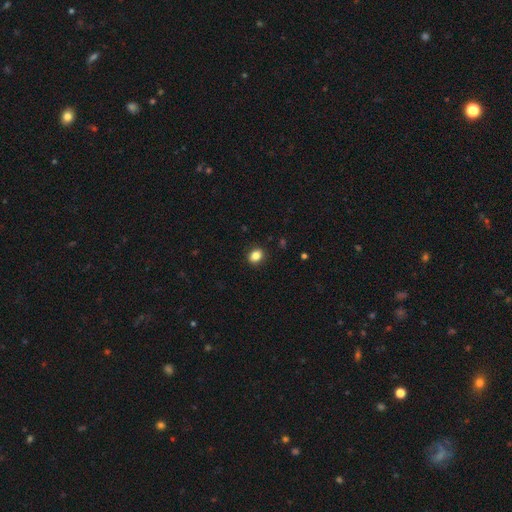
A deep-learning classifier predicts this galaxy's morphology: smooth_or_featured: smooth (p=0.85) [alt: star or artifact p=0.10]
how_rounded: in between (p=0.50) [alt: round p=0.49]
merging: none (p=0.90) [alt: minor disturbance p=0.07]